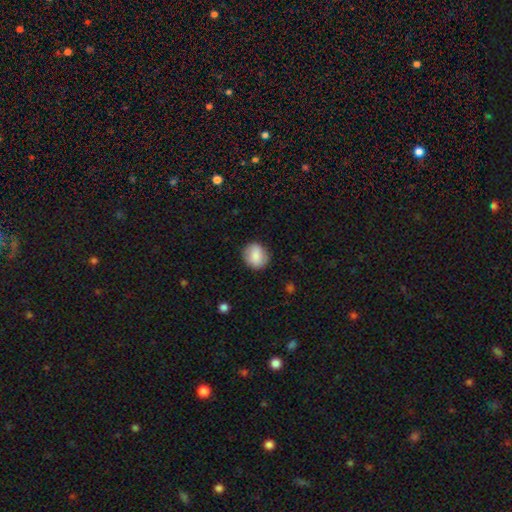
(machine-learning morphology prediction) This appears to be a smooth galaxy with no disk features (82%) that is round (76%). Merging: none (85%).